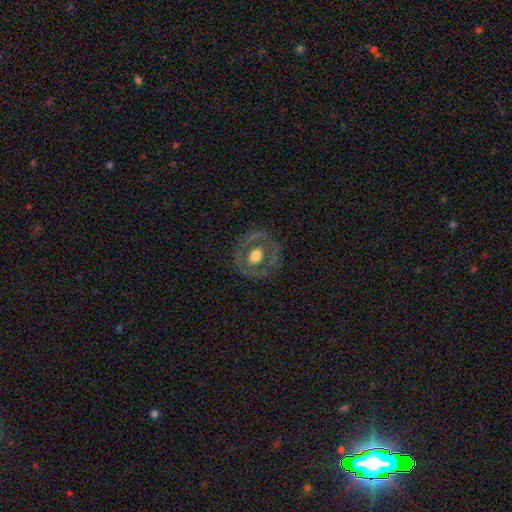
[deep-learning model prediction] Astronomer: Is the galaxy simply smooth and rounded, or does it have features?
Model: featured or disk — 52% (runner-up: smooth, 41%).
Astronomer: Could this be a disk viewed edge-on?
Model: no — 94%.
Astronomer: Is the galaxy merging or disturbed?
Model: none — 78%.